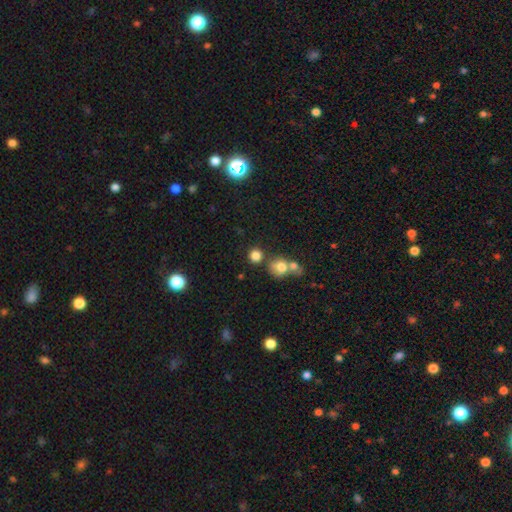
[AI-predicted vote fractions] Smooth or featured? smooth (80%)
How rounded? round (85%)
Merging? none (65%)